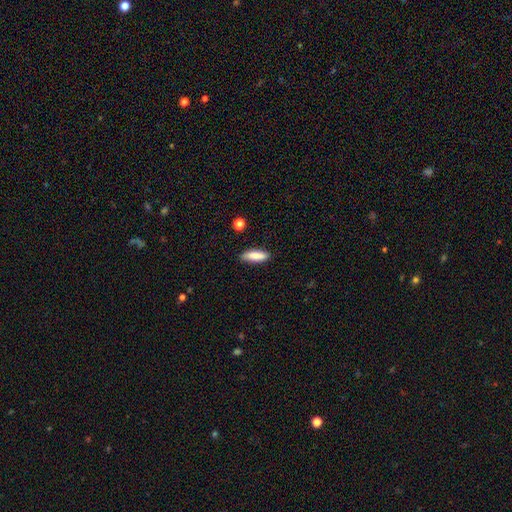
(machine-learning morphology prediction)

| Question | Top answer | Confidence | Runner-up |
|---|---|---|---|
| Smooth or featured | smooth | 85% | featured or disk (8%) |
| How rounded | in between | 53% | cigar-shaped (45%) |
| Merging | none | 84% | minor disturbance (12%) |